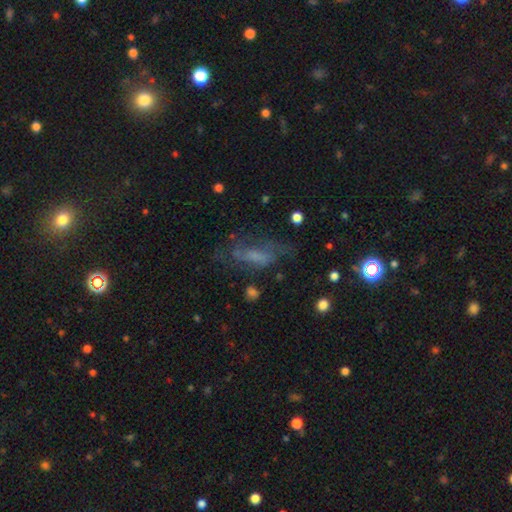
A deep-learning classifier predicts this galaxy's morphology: Smooth or featured: featured or disk — 45% (smooth — 37%)
Merging: none — 47% (major disturbance — 27%)